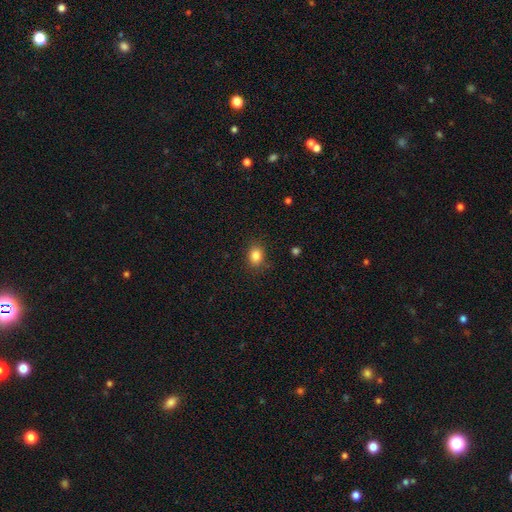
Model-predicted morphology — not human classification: The model was most divided on "how rounded": in between: 50%, round: 49%, cigar-shaped: 1%. More confident: merging — none (85%); smooth or featured — smooth (84%).